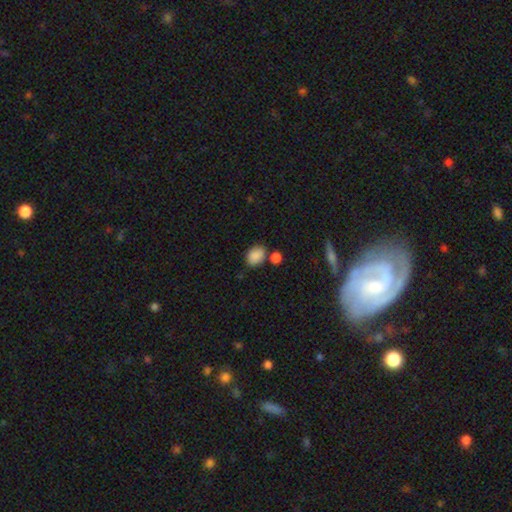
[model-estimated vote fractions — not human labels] Smooth or featured?
  - smooth: 86% *
  - star or artifact: 9%
  - featured or disk: 5%
How rounded?
  - in between: 77% *
  - round: 21%
  - cigar-shaped: 1%
Merging?
  - none: 64% *
  - merger: 16%
  - minor disturbance: 15%
  - major disturbance: 4%